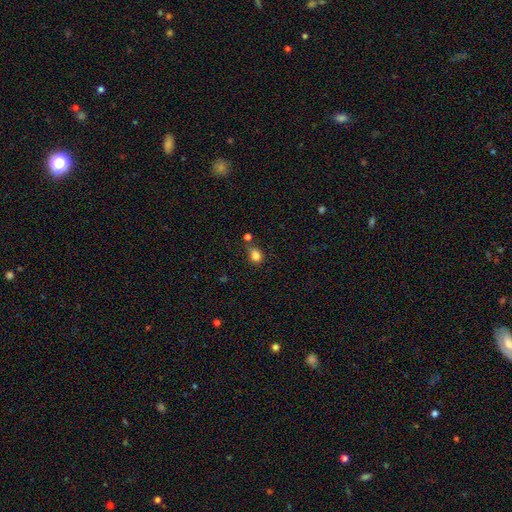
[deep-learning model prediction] smooth-or-featured: smooth: 82% | star or artifact: 12% | featured or disk: 6%
  how-rounded: round: 53% | in between: 46% | cigar-shaped: 1%
  merging: none: 58% | minor disturbance: 21% | merger: 15% | major disturbance: 7%